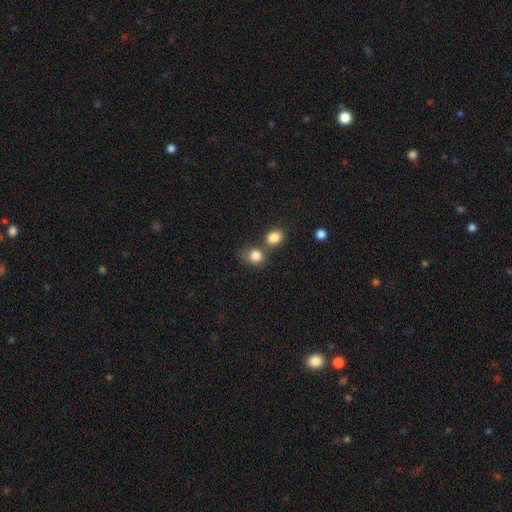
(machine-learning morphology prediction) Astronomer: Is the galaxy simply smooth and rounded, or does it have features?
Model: smooth — 83%.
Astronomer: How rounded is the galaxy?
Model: round — 66%.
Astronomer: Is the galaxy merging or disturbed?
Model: none — 47% (runner-up: merger, 36%).